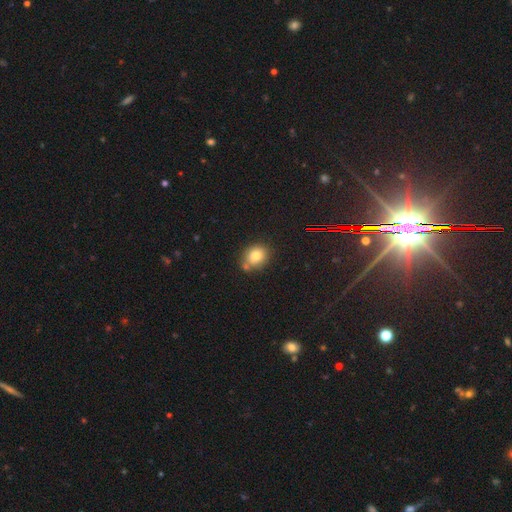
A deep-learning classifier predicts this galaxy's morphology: Q: Smooth or featured?
A: smooth (79%); runner-up: star or artifact (11%)
Q: How rounded?
A: round (67%); runner-up: in between (32%)
Q: Merging?
A: none (66%); runner-up: merger (16%)